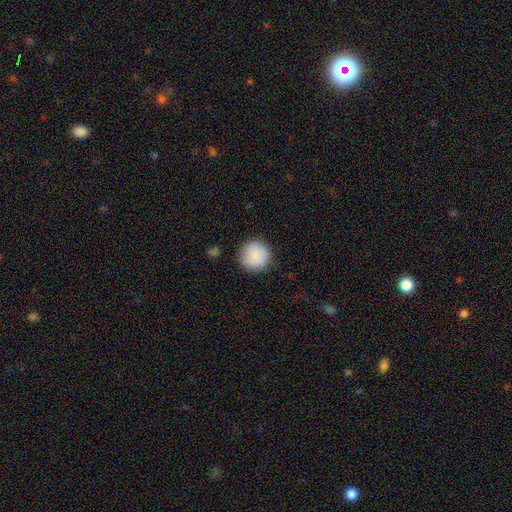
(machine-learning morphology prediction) A smooth galaxy with no disk features (87%) that is round (95%). Merging: none (87%).